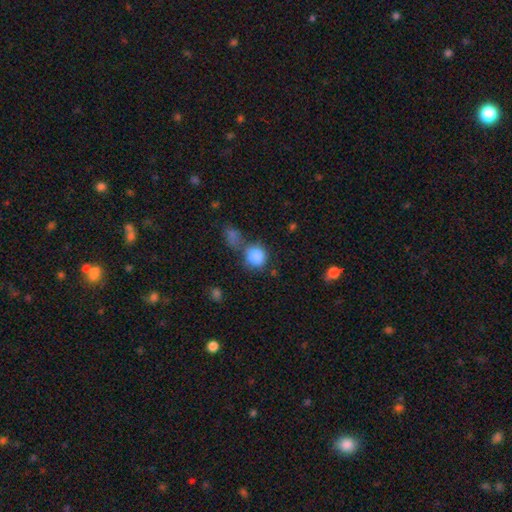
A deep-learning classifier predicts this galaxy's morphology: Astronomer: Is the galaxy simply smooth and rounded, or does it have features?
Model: smooth — 84%.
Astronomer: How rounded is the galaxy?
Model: round — 84%.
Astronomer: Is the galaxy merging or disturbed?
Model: none — 52%.